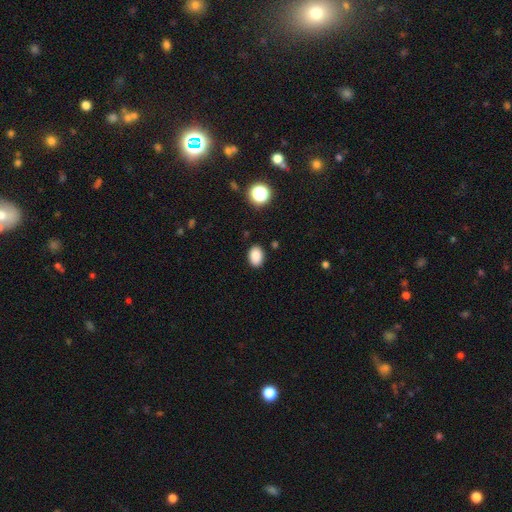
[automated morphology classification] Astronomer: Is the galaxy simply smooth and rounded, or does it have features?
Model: smooth — 87%.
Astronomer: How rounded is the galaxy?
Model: in between — 80%.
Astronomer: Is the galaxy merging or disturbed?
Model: none — 87%.